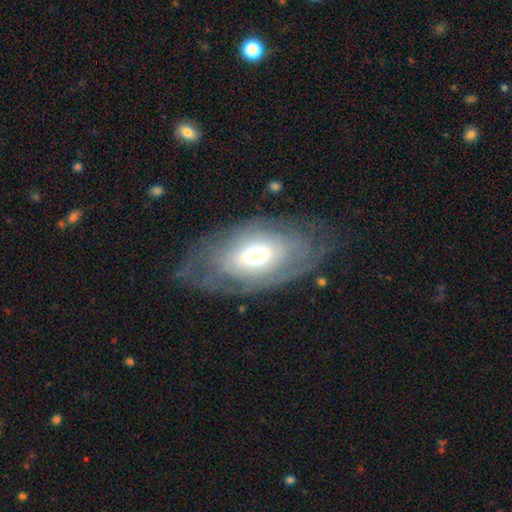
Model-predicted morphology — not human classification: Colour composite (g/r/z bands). It shows a featured or disk galaxy (64%) with no bar (65%), spiral arms (63%) and a moderate central bulge (60%). Merging: none (65%).